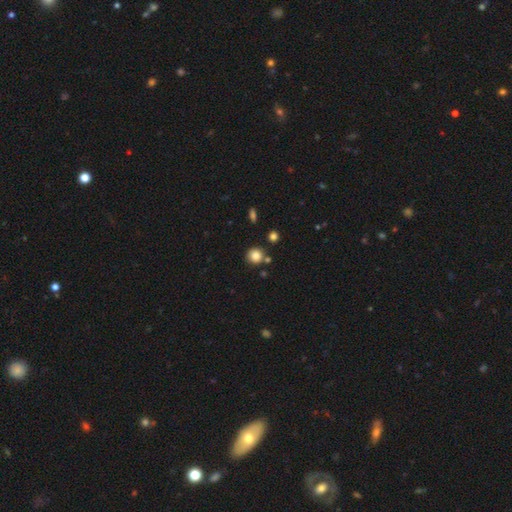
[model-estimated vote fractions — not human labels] Morphology: type=smooth (83%); roundness=round (90%); merging=none (79%).